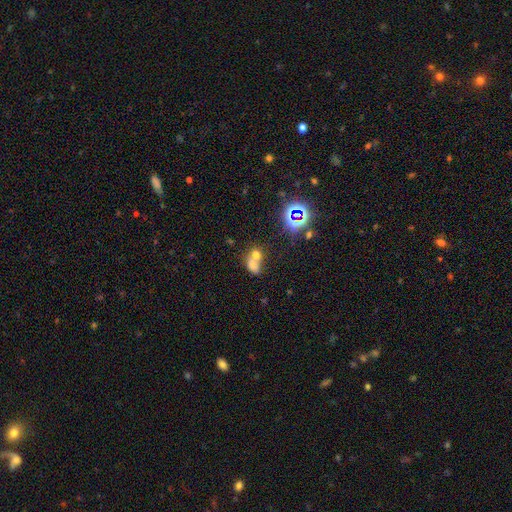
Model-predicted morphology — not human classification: smooth 61%, star or artifact 21%, featured or disk 18%. Down the decision tree: how rounded — in between (53%); merging — merger (66%).